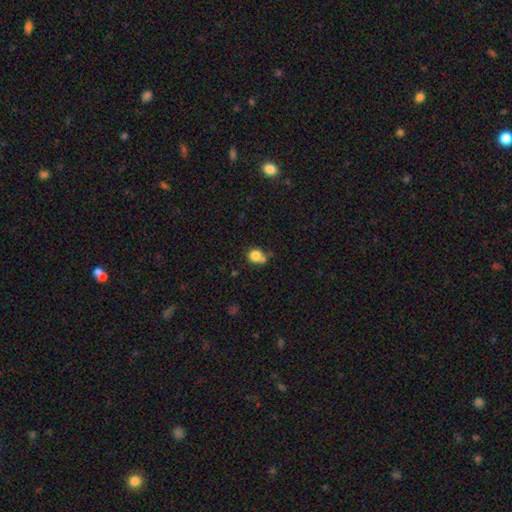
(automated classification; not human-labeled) A smooth galaxy with no disk features (81%) that is round (78%).

Vote fractions:
- Smooth or featured? smooth: 81% / star or artifact: 11% / featured or disk: 8%
- How rounded? round: 78% / in between: 21% / cigar-shaped: 1%
- Merging? none: 54% / merger: 24% / minor disturbance: 16% / major disturbance: 5%